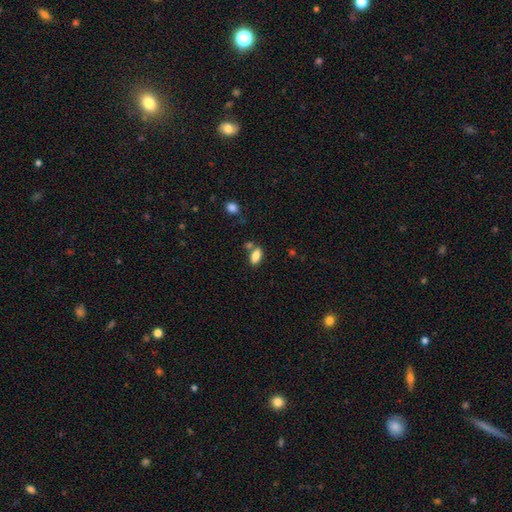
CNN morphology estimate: Smooth or featured? Predicted: smooth (p=0.85). How rounded? Predicted: in between (p=0.90). Merging? Predicted: none (p=0.66).